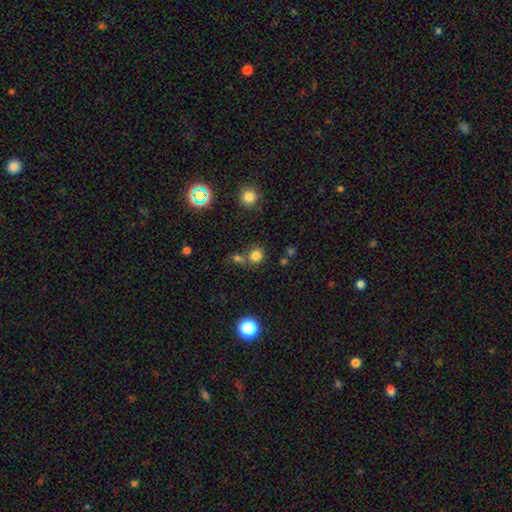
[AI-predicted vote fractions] Smooth or featured? smooth (77%)
How rounded? round (79%)
Merging? none (62%)